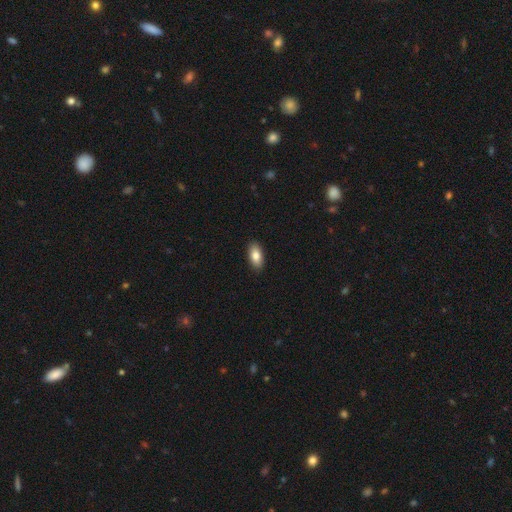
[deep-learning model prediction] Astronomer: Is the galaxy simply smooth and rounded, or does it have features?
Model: smooth — 84%.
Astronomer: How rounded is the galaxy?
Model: in between — 92%.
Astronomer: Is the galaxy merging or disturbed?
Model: none — 90%.